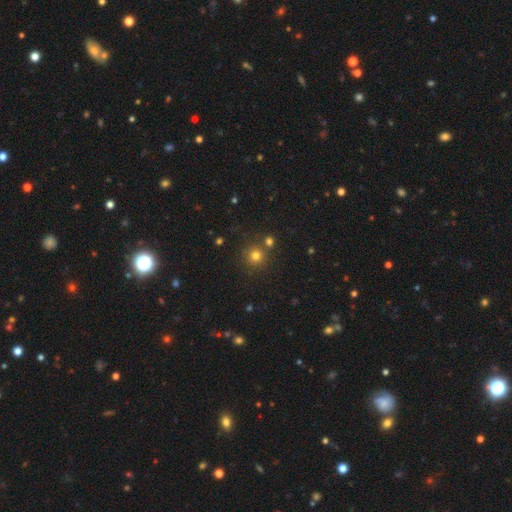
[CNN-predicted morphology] A smooth galaxy with no disk features (76%) that is round (94%). Merging: none (79%).